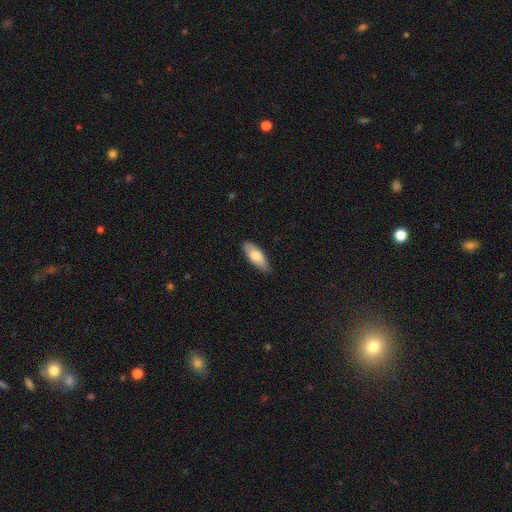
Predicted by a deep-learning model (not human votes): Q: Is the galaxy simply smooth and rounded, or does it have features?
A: smooth — 74%.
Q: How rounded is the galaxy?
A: in between — 75%.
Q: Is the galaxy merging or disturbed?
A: none — 83%.